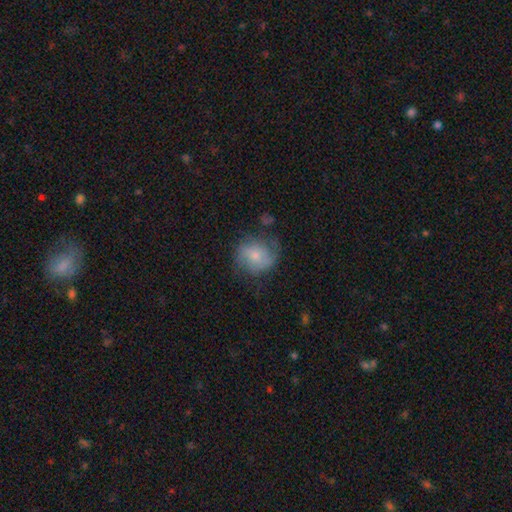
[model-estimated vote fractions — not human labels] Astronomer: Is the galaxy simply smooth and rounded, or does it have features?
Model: smooth — 59%.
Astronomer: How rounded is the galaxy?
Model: round — 73%.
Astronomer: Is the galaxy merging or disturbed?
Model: none — 56%.